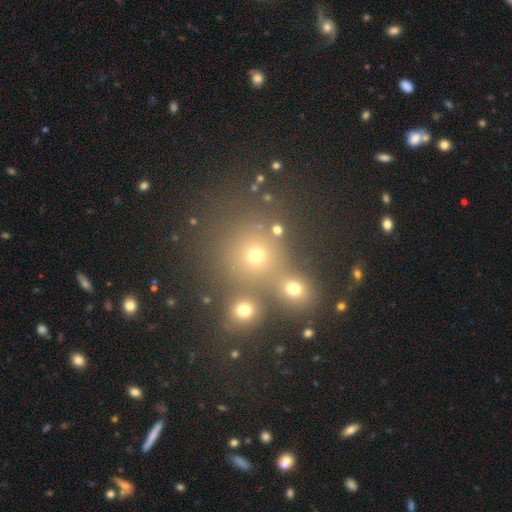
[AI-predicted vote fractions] smooth-or-featured: smooth: 53% | star or artifact: 36% | featured or disk: 11%
  how-rounded: round: 87% | in between: 12% | cigar-shaped: 1%
  merging: none: 62% | merger: 26% | minor disturbance: 8% | major disturbance: 4%